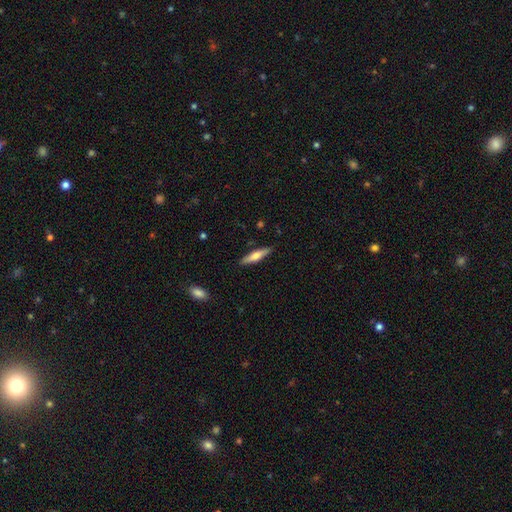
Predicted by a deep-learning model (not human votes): The model was most divided on "smooth or featured": smooth: 54%, featured or disk: 40%, star or artifact: 6%. More confident: merging — none (88%); how rounded — cigar-shaped (81%).